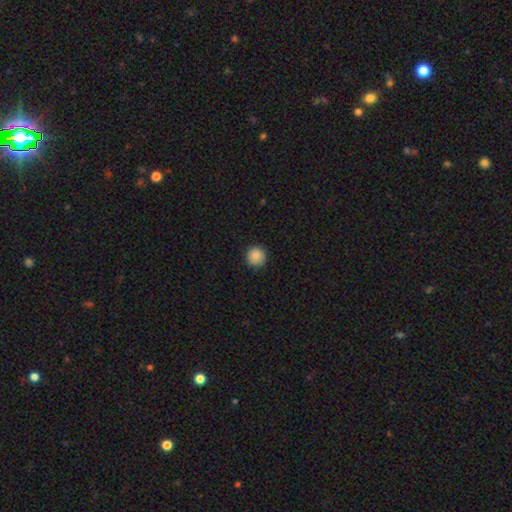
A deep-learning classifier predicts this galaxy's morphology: smooth 87%, star or artifact 9%, featured or disk 4%. Down the decision tree: how rounded — round (95%); merging — none (89%).